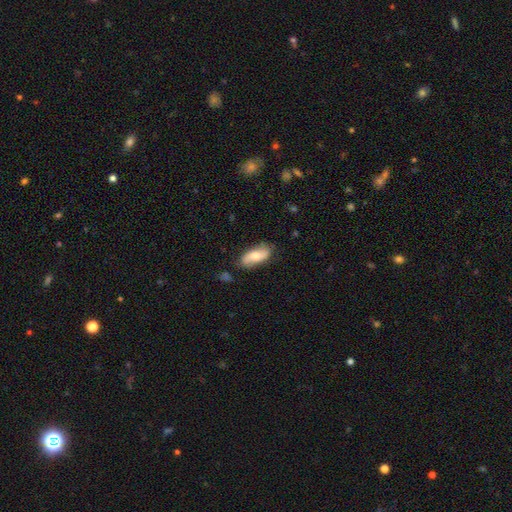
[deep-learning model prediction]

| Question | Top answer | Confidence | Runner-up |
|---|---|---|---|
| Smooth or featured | smooth | 57% | featured or disk (37%) |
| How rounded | in between | 84% | cigar-shaped (12%) |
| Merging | none | 78% | minor disturbance (17%) |